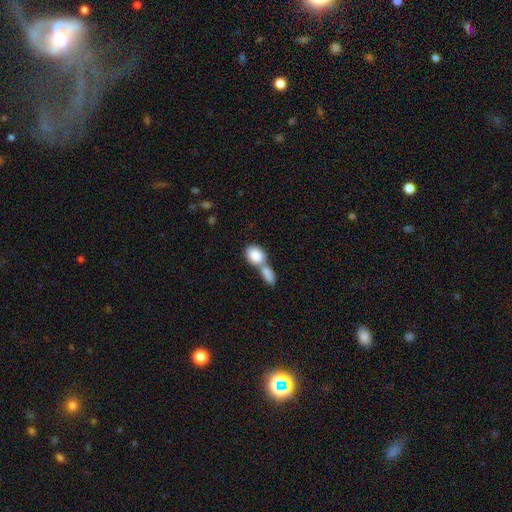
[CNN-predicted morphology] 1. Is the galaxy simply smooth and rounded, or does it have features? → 84% smooth, 9% featured or disk, 6% star or artifact.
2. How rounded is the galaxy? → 73% in between, 24% round, 3% cigar-shaped.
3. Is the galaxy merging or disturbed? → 71% merger, 19% none, 6% minor disturbance, 4% major disturbance.